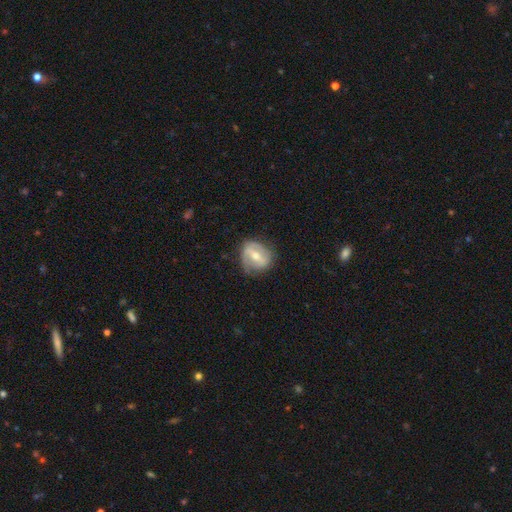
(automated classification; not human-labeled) This is likely a featured or disk galaxy (62%). It is clearly not viewed edge-on (95%). Bar: possibly strong (49%). Spiral arm pattern: likely yes (63%). Central bulge: likely moderate (60%). Merging: likely none (69%).